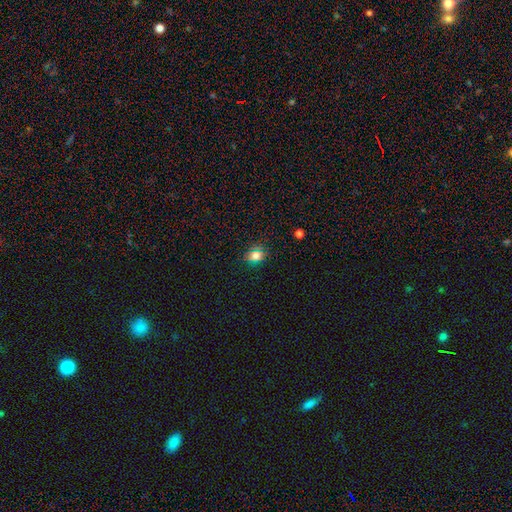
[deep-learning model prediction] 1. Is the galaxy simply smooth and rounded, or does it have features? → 72% smooth, 23% star or artifact, 5% featured or disk.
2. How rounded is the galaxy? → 64% round, 34% in between, 2% cigar-shaped.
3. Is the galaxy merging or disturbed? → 85% none, 10% minor disturbance, 3% major disturbance, 2% merger.